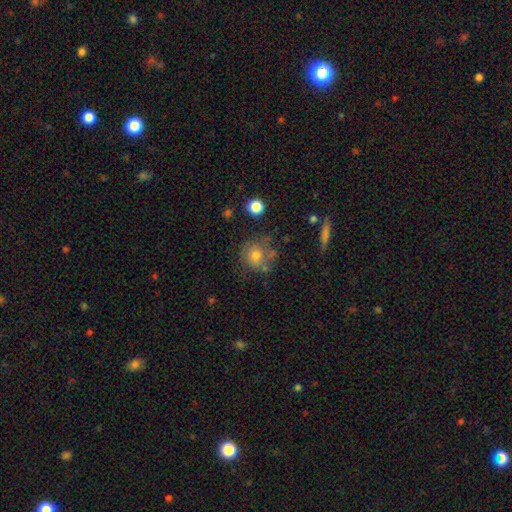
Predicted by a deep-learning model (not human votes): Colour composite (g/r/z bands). It shows a smooth galaxy with no disk features (69%) that is round (88%). Merging: none (61%).